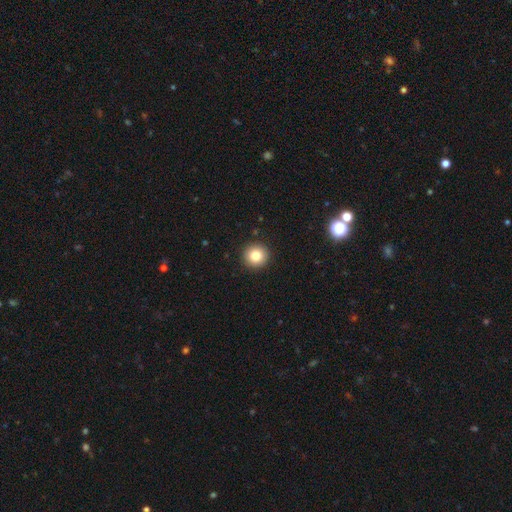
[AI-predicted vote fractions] Smooth or featured? Predicted: smooth (p=0.82). How rounded? Predicted: round (p=0.95). Merging? Predicted: none (p=0.93).